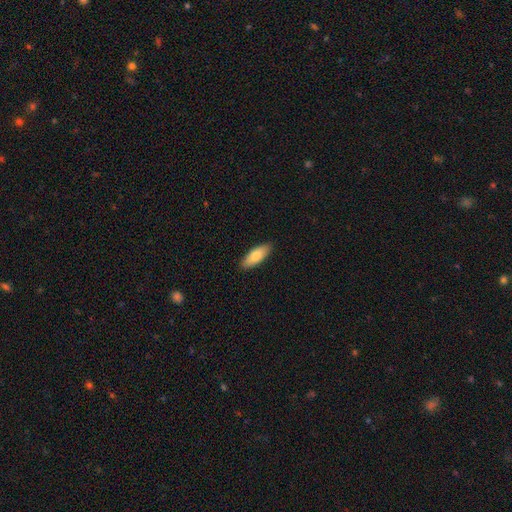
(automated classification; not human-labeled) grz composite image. It shows a smooth galaxy with no disk features (76%) that is in between round and cigar-shaped (72%). Merging: none (90%).